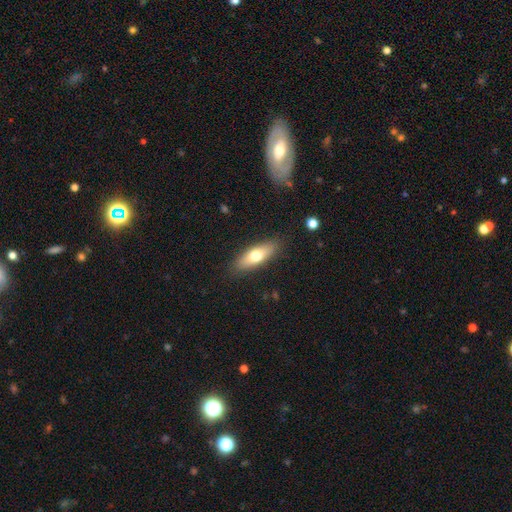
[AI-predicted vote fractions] A smooth galaxy with no disk features (66%) that is in between round and cigar-shaped (60%). Merging: none (86%).